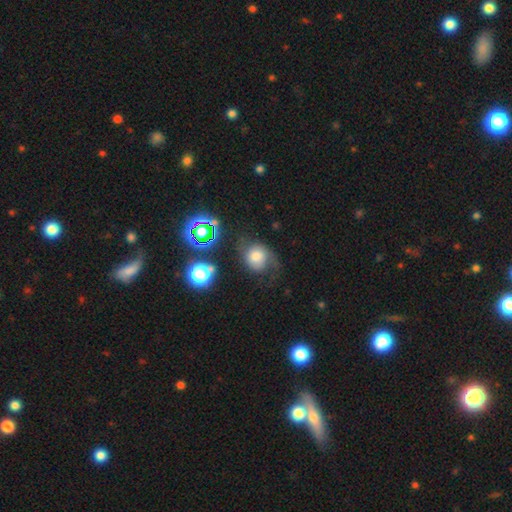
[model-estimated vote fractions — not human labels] This appears to be a smooth galaxy with no disk features (55%) that is round (71%). Merging: none (46%).